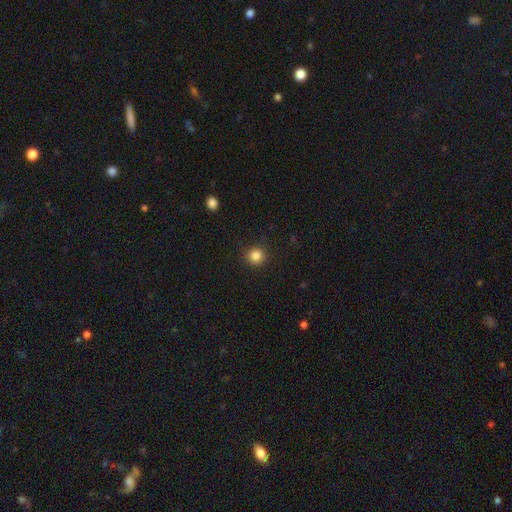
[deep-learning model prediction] Morphology: type=smooth (85%); roundness=round (94%); merging=none (90%).